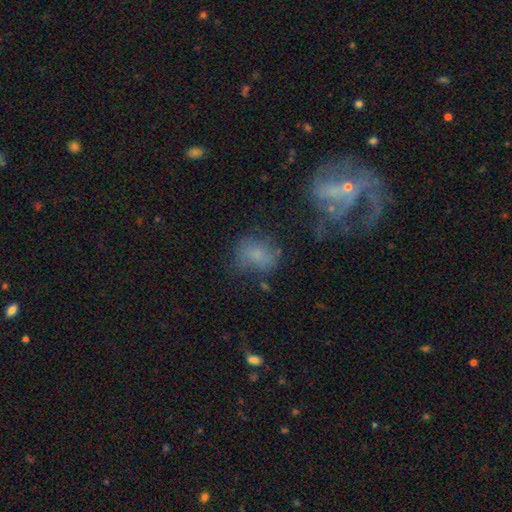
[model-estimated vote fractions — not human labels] This appears to be a smooth galaxy with no disk features (63%) that is in between round and cigar-shaped (55%). Merging: none (54%).